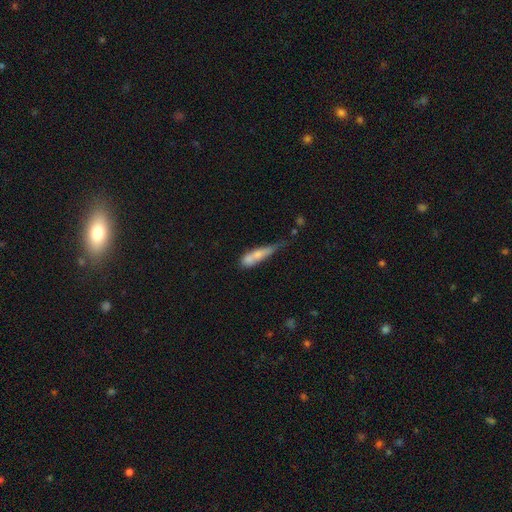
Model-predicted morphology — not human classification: smooth_or_featured: smooth (p=0.66) [alt: featured or disk p=0.26]
how_rounded: cigar-shaped (p=0.70) [alt: in between p=0.27]
merging: minor disturbance (p=0.32) [alt: none p=0.29]